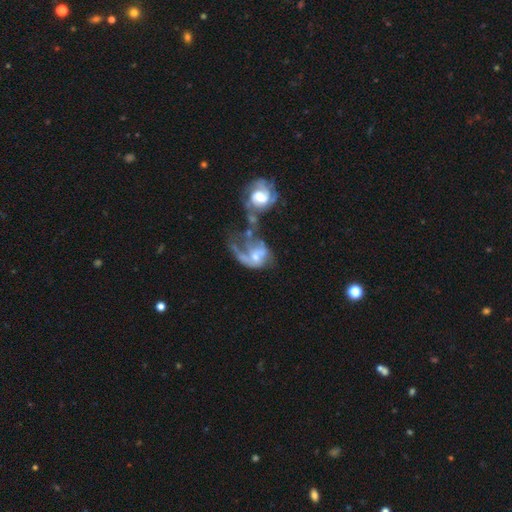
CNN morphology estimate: This appears to be a featured or disk galaxy (69%) with no bar (67%), spiral arms (73%) and a moderate central bulge (48%). Merging: merger (51%).